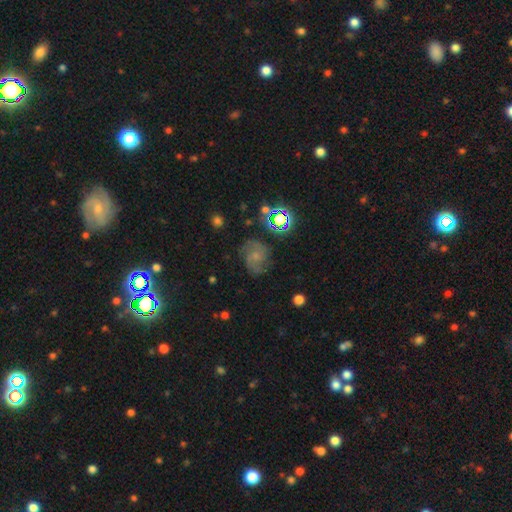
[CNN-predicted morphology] A featured or disk galaxy (65%) with no bar (68%), 2 (57%) medium (50%) spiral arms (93%) and a small central bulge (64%).

Vote fractions:
- Smooth or featured? featured or disk: 65% / smooth: 19% / star or artifact: 16%
- Edge-on disk? no: 98% / yes: 2%
- Bar? no: 68% / weak: 27% / strong: 5%
- Spiral arms? yes: 93% / no: 7%
- Spiral winding? medium: 50% / tight: 33% / loose: 17%
- Spiral arm count? 2: 57% / 3: 17% / can't tell: 16% / 1: 4% / 4: 4% / more than 4: 3%
- Bulge size? small: 64% / moderate: 21% / none: 11% / large: 2% / dominant: 1%
- Merging? none: 69% / minor disturbance: 19% / major disturbance: 9% / merger: 2%